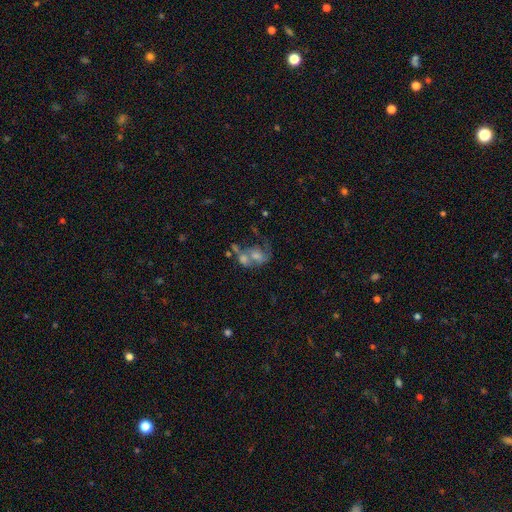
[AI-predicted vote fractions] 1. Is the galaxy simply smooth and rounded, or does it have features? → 45% featured or disk, 42% smooth, 13% star or artifact.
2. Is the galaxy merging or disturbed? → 53% merger, 21% major disturbance, 17% none, 9% minor disturbance.